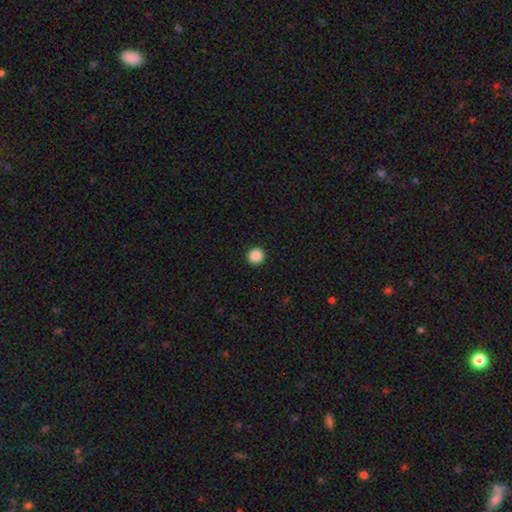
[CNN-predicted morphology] smooth_or_featured: smooth (p=0.88) [alt: star or artifact p=0.10]
how_rounded: round (p=0.96) [alt: in between p=0.03]
merging: none (p=0.94) [alt: minor disturbance p=0.04]